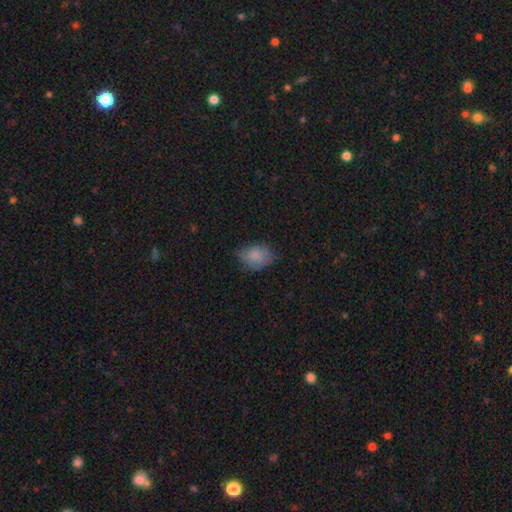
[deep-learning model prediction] Smooth or featured: smooth — 82% (featured or disk — 9%)
How rounded: in between — 76% (round — 22%)
Merging: none — 63% (minor disturbance — 28%)